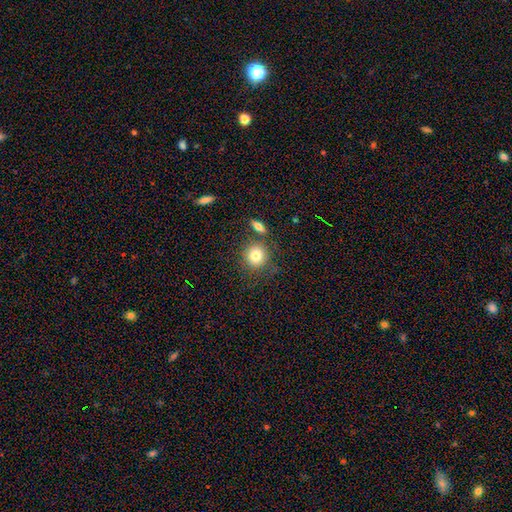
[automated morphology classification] Smooth or featured? smooth (81%)
How rounded? round (87%)
Merging? none (72%)